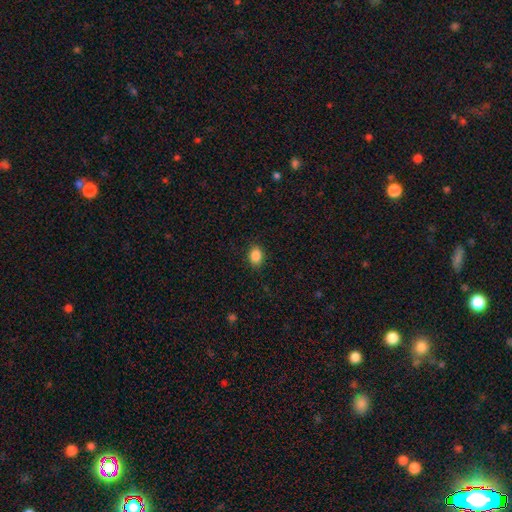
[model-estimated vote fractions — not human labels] The model was most divided on "how rounded": in between: 70%, round: 28%, cigar-shaped: 1%. More confident: merging — none (88%); smooth or featured — smooth (87%).